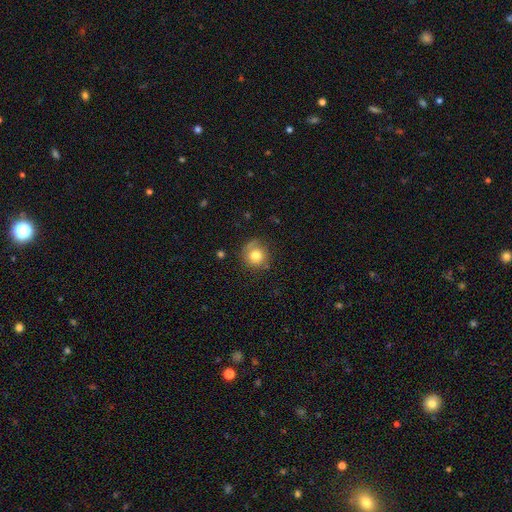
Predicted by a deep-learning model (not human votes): Morphology: type=smooth (77%); roundness=round (92%); merging=none (74%).